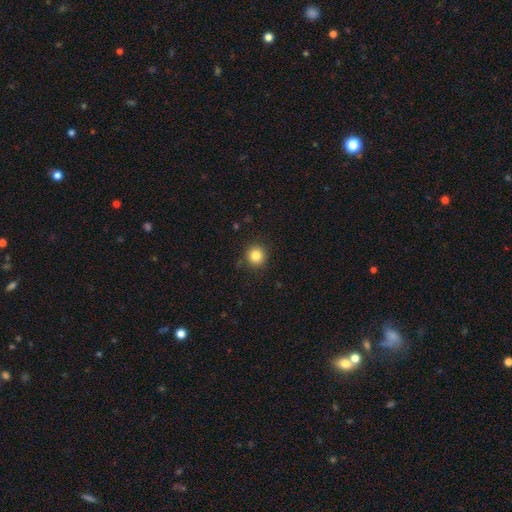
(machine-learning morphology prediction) A smooth galaxy with no disk features (83%) that is round (94%).

Vote fractions:
- Smooth or featured? smooth: 83% / star or artifact: 11% / featured or disk: 6%
- How rounded? round: 94% / in between: 5% / cigar-shaped: 1%
- Merging? none: 90% / minor disturbance: 7% / major disturbance: 2% / merger: 1%